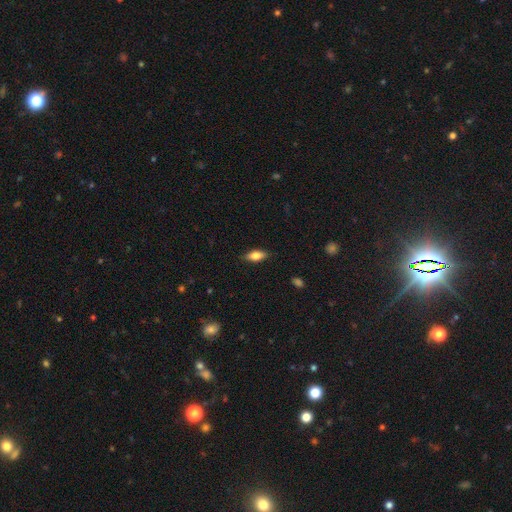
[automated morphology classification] Smooth or featured: smooth — 70% (featured or disk — 23%)
How rounded: in between — 80% (cigar-shaped — 17%)
Merging: none — 86% (minor disturbance — 11%)